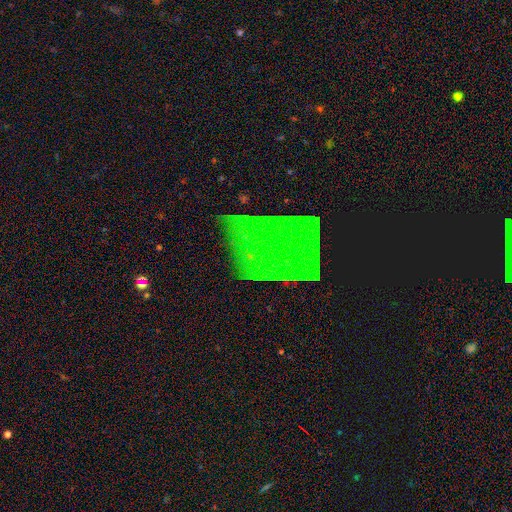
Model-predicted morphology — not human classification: A star or artifact, not a galaxy (54%).